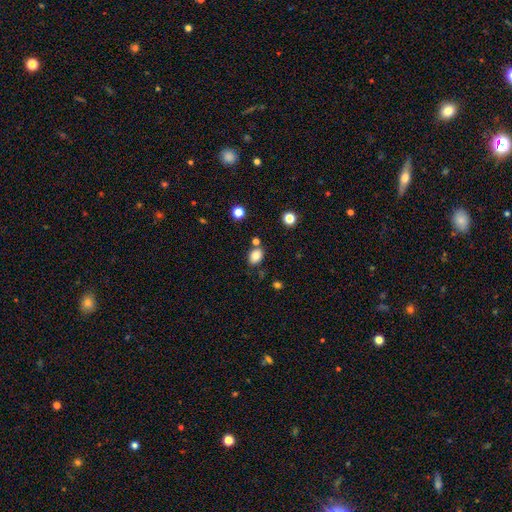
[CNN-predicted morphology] smooth-or-featured: smooth: 83% | star or artifact: 11% | featured or disk: 6%
  how-rounded: in between: 70% | round: 29% | cigar-shaped: 1%
  merging: none: 74% | minor disturbance: 13% | merger: 9% | major disturbance: 4%